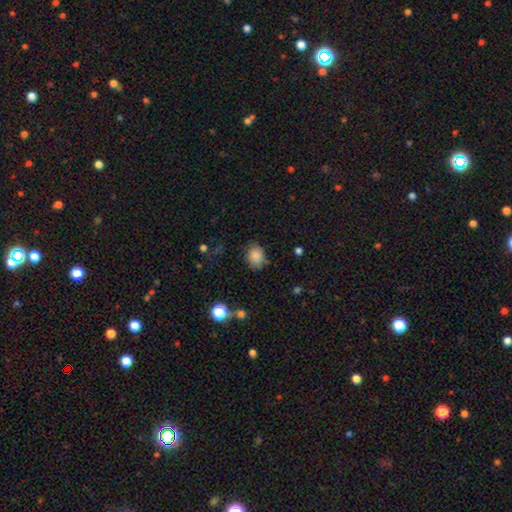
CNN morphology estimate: type=smooth (85%); roundness=in between (58%); merging=none (71%).